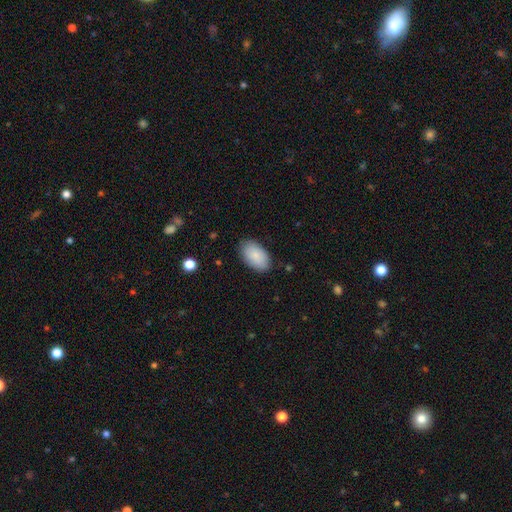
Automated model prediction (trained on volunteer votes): Smooth or featured? smooth (85%)
How rounded? in between (94%)
Merging? none (84%)